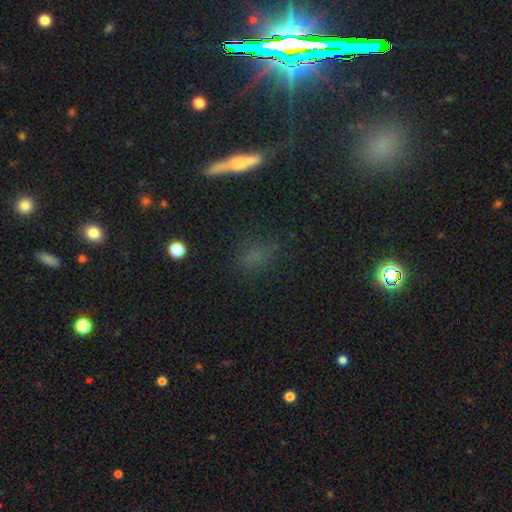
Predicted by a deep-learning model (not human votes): smooth 53%, star or artifact 27%, featured or disk 20%. Down the decision tree: how rounded — in between (43%); merging — none (74%).